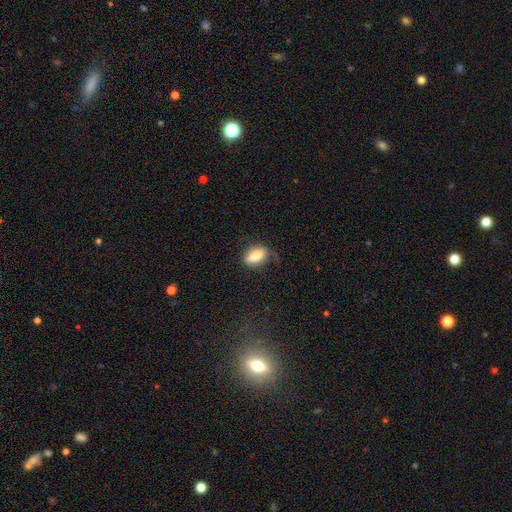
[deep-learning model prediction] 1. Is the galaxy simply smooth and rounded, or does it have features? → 75% smooth, 18% featured or disk, 8% star or artifact.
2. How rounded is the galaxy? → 83% in between, 11% cigar-shaped, 6% round.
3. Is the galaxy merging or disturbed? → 60% none, 27% minor disturbance, 11% major disturbance, 2% merger.